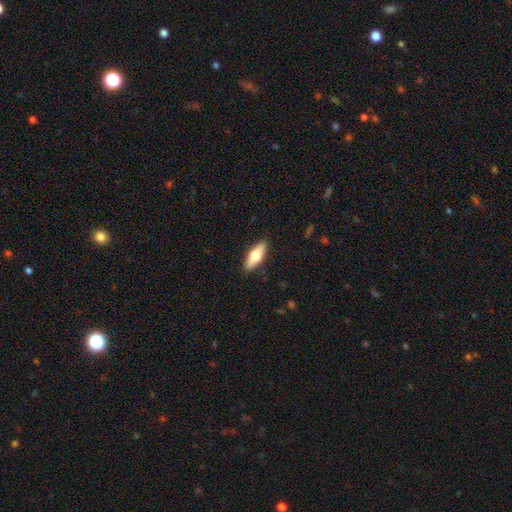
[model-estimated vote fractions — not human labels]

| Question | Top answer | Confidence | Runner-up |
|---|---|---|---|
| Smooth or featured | smooth | 62% | featured or disk (32%) |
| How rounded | in between | 65% | cigar-shaped (33%) |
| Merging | none | 89% | minor disturbance (8%) |